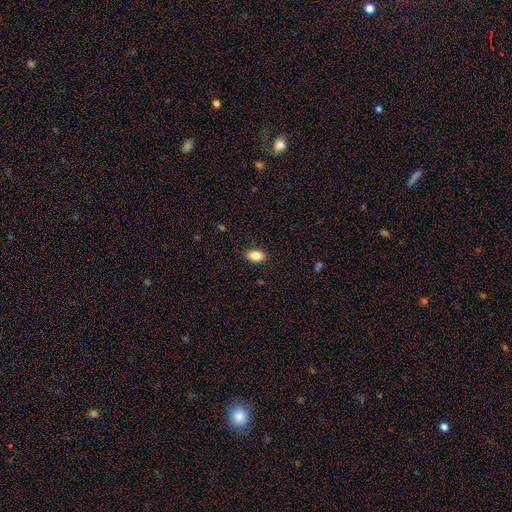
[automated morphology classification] type=smooth (85%); roundness=in between (85%); merging=none (88%).